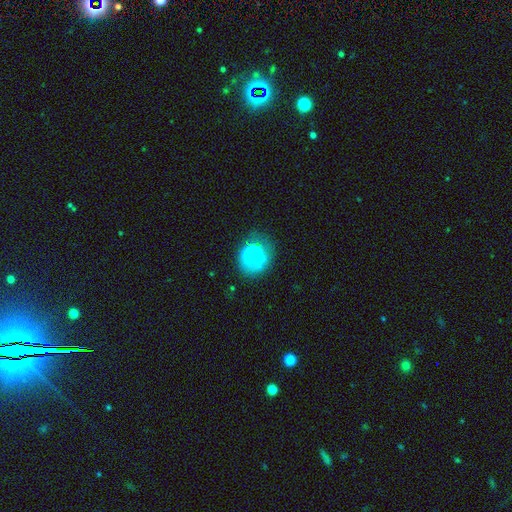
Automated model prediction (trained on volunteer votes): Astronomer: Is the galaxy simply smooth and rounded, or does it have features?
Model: smooth — 50% (runner-up: featured or disk, 40%).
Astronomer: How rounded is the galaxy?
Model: round — 59% (runner-up: in between, 39%).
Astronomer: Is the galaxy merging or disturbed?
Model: none — 44% (runner-up: minor disturbance, 25%).